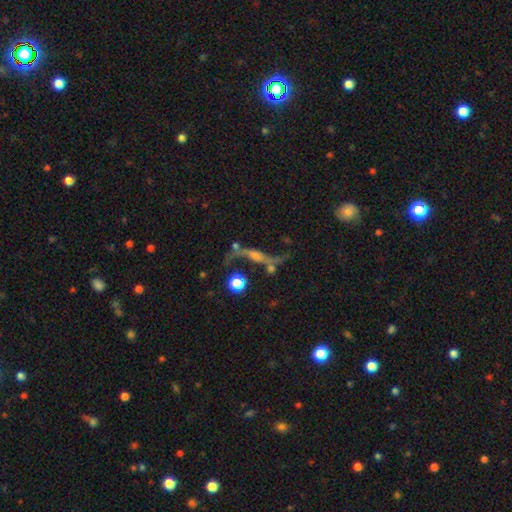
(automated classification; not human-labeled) Smooth or featured: featured or disk — 74% (star or artifact — 14%)
Edge-on disk: no — 64% (yes — 36%)
Merging: none — 52% (minor disturbance — 17%)